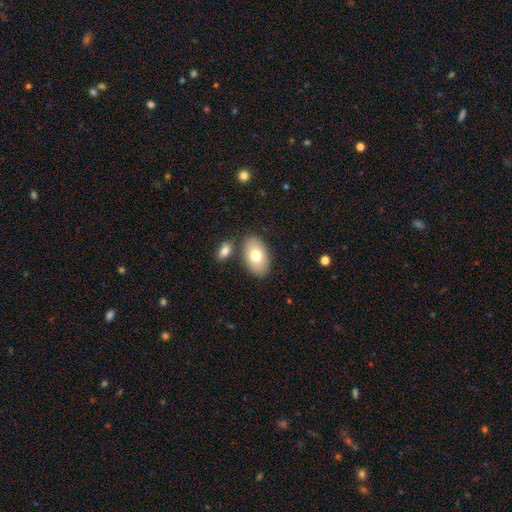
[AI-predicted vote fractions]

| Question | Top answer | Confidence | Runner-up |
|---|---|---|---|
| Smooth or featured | smooth | 75% | featured or disk (18%) |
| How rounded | in between | 92% | round (7%) |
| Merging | none | 78% | minor disturbance (10%) |